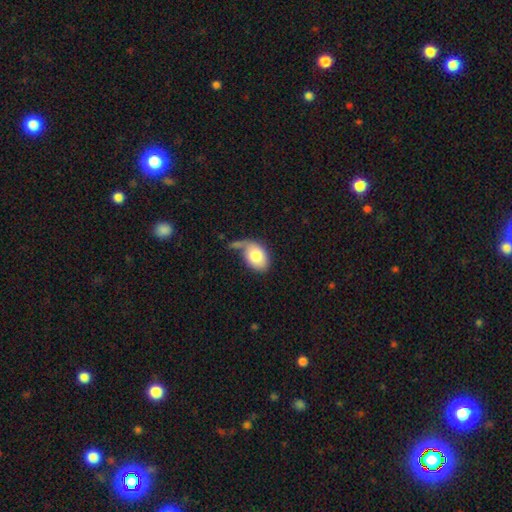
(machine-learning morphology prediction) Overall: smooth (76%). How rounded: in between (81%). Merging: none (34%; major disturbance 28%).